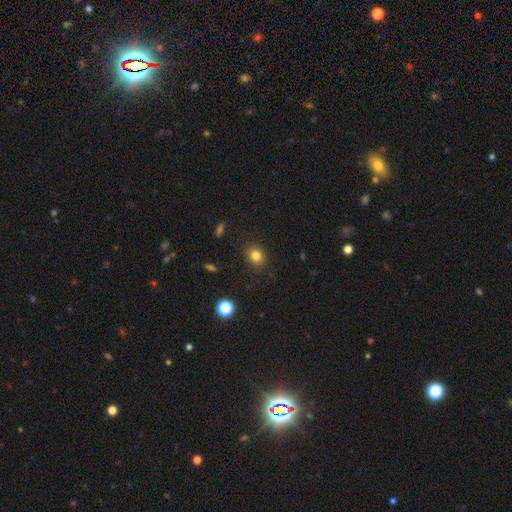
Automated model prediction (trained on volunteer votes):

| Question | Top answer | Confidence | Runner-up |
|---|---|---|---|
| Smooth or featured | smooth | 82% | star or artifact (13%) |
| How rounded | round | 71% | in between (28%) |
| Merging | none | 88% | minor disturbance (9%) |